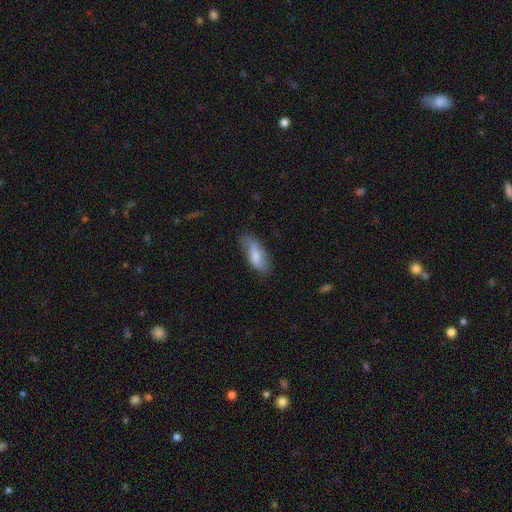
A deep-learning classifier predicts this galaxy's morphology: This is likely a smooth galaxy (64%). How rounded: likely in between (80%). Merging: likely none (64%).